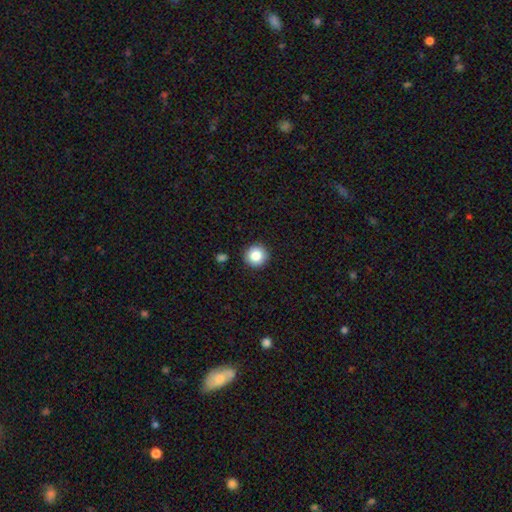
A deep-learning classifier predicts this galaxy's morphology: smooth 83%, star or artifact 10%, featured or disk 7%. Down the decision tree: how rounded — round (95%); merging — none (91%).